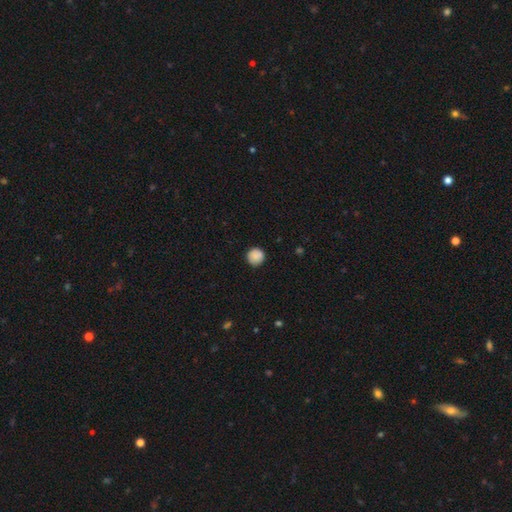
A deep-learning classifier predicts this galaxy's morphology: Q: Smooth or featured?
A: smooth (87%); runner-up: star or artifact (8%)
Q: How rounded?
A: round (94%); runner-up: in between (5%)
Q: Merging?
A: none (87%); runner-up: minor disturbance (9%)